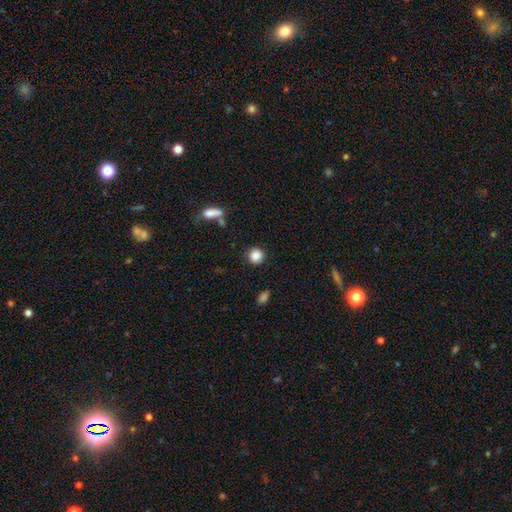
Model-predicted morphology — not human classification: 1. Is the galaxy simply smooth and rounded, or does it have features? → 86% smooth, 10% star or artifact, 4% featured or disk.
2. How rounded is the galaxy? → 91% round, 8% in between, 1% cigar-shaped.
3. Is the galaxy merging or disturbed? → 88% none, 7% minor disturbance, 3% major disturbance, 2% merger.